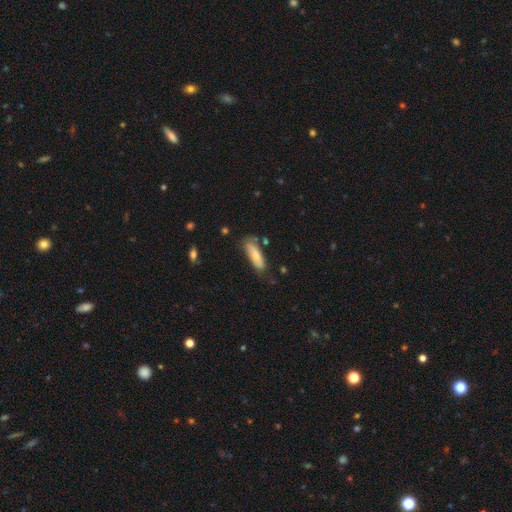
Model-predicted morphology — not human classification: Smooth or featured?
  - smooth: 68% *
  - featured or disk: 25%
  - star or artifact: 6%
How rounded?
  - in between: 54% *
  - cigar-shaped: 44%
  - round: 2%
Merging?
  - none: 66% *
  - minor disturbance: 24%
  - major disturbance: 6%
  - merger: 4%